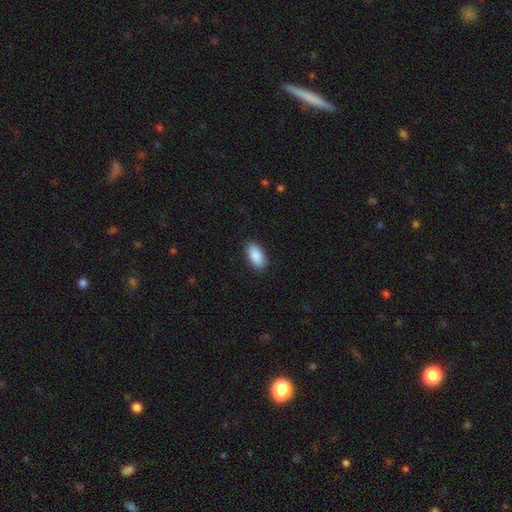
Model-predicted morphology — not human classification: This is clearly a smooth galaxy (90%). How rounded: clearly in between (93%). Merging: clearly none (88%).